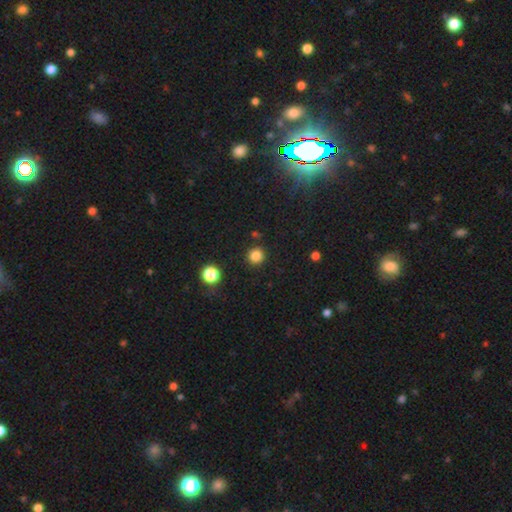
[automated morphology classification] This is clearly a smooth galaxy (83%). How rounded: clearly round (94%). Merging: clearly none (90%).